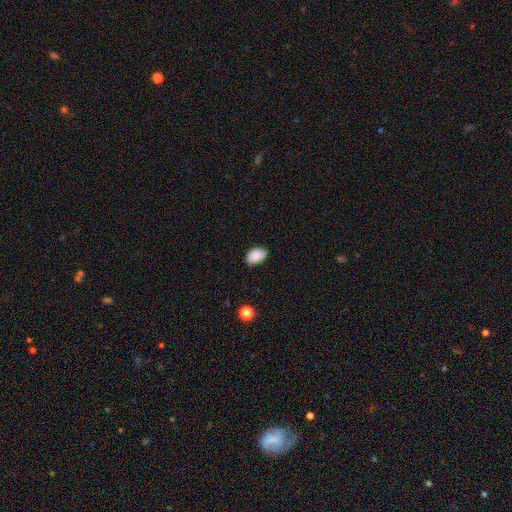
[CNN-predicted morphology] Overall: smooth (86%). How rounded: in between (88%). Merging: none (73%).